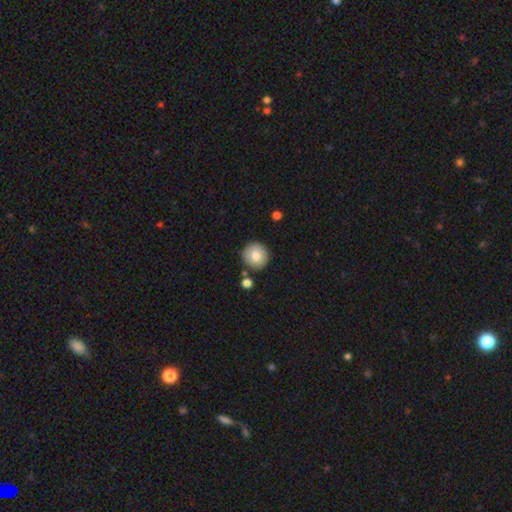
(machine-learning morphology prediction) Smooth or featured: smooth — 80% (featured or disk — 12%)
How rounded: round — 94% (in between — 5%)
Merging: none — 85% (minor disturbance — 8%)